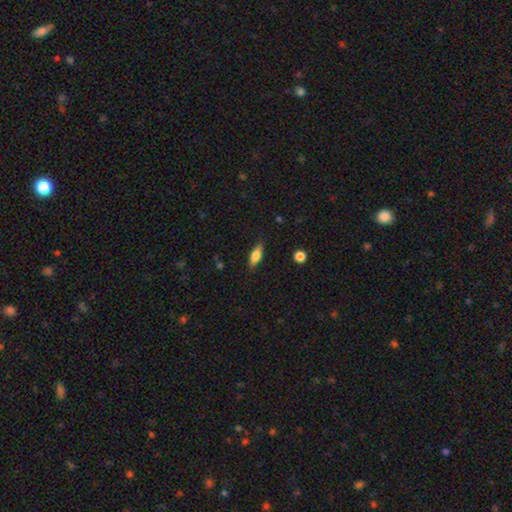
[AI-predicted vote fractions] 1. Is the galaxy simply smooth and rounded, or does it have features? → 70% smooth, 23% featured or disk, 7% star or artifact.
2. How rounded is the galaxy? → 68% in between, 28% cigar-shaped, 3% round.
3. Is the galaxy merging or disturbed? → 81% none, 14% minor disturbance, 3% major disturbance, 1% merger.